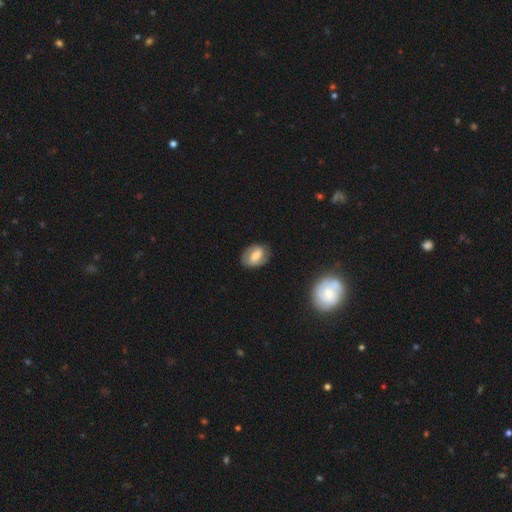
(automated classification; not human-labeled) Smooth or featured? featured or disk (52%)
Edge-on disk? no (95%)
Merging? none (79%)